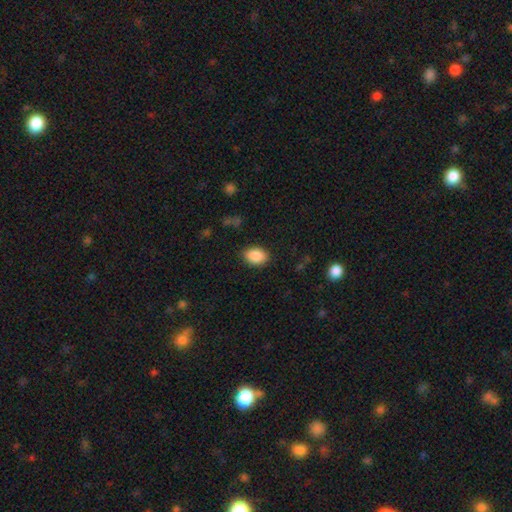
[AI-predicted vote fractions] This appears to be a smooth galaxy with no disk features (89%) that is in between round and cigar-shaped (81%). Merging: none (86%).